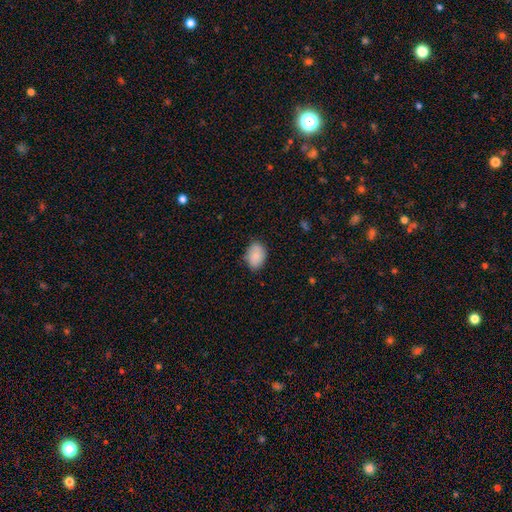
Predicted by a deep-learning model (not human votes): A smooth galaxy with no disk features (84%) that is in between round and cigar-shaped (79%). Merging: none (76%).